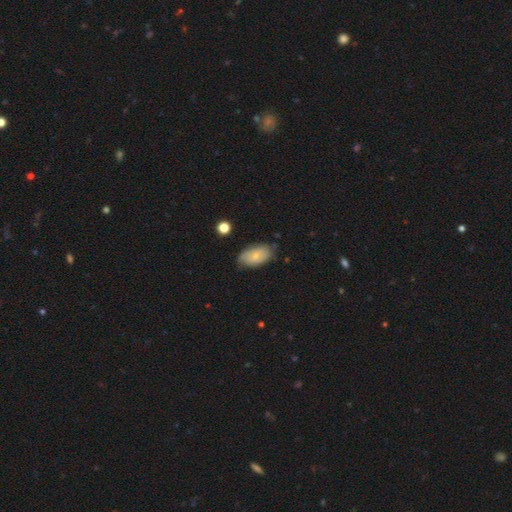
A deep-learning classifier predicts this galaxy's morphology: The model was most divided on "merging": none: 71%, minor disturbance: 23%, major disturbance: 4%, merger: 2%. More confident: how rounded — in between (94%); smooth or featured — smooth (71%).